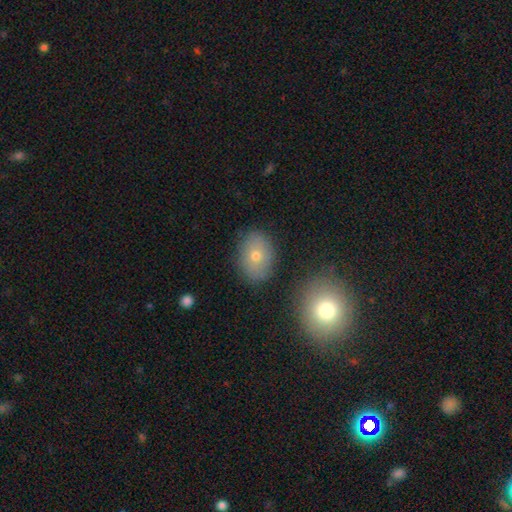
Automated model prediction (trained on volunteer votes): Smooth or featured? Predicted: smooth (p=0.72). How rounded? Predicted: in between (p=0.75). Merging? Predicted: none (p=0.83).